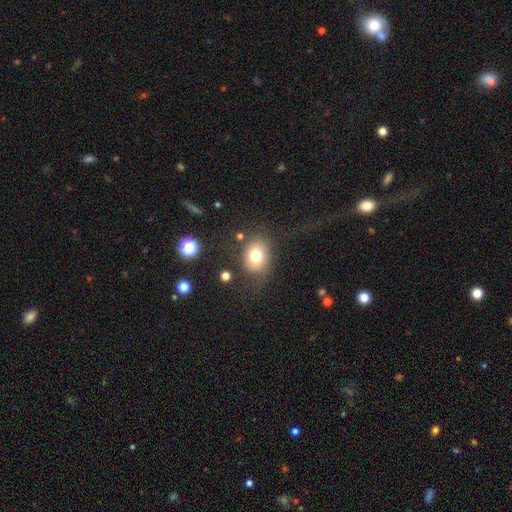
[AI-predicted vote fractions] Smooth or featured?
  - smooth: 73% *
  - featured or disk: 16%
  - star or artifact: 11%
How rounded?
  - in between: 57% *
  - round: 42%
  - cigar-shaped: 1%
Merging?
  - none: 63% *
  - minor disturbance: 19%
  - major disturbance: 14%
  - merger: 3%